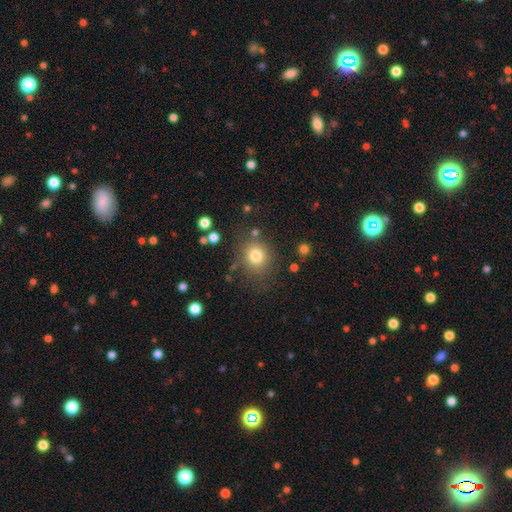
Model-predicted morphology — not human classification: Smooth or featured?
  - smooth: 79% *
  - star or artifact: 13%
  - featured or disk: 9%
How rounded?
  - round: 81% *
  - in between: 18%
  - cigar-shaped: 1%
Merging?
  - none: 78% *
  - minor disturbance: 12%
  - major disturbance: 5%
  - merger: 5%